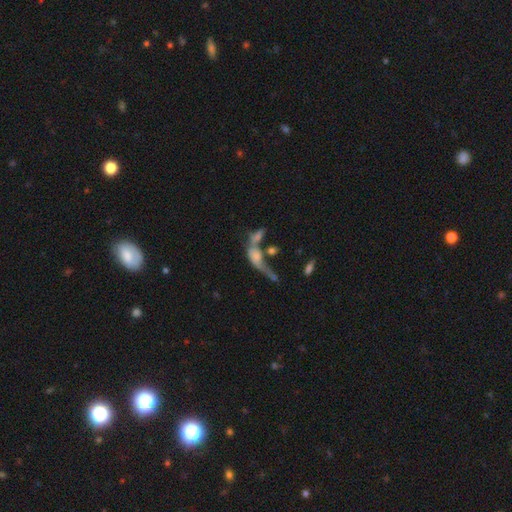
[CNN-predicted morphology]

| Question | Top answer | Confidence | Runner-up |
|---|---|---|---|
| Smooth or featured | smooth | 49% | featured or disk (38%) |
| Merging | merger | 48% | major disturbance (27%) |